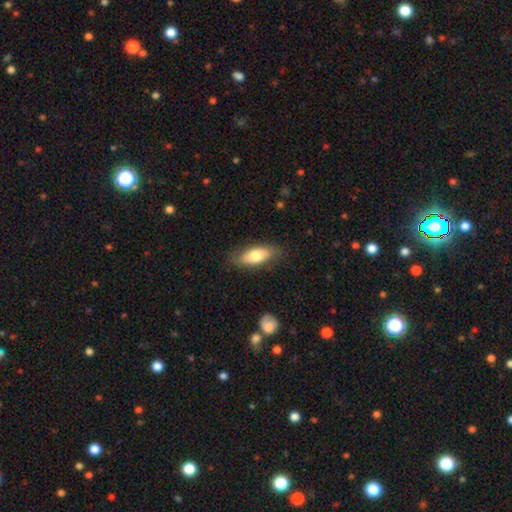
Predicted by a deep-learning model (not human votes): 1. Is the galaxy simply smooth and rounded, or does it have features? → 72% smooth, 22% featured or disk, 6% star or artifact.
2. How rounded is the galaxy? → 79% in between, 18% cigar-shaped, 3% round.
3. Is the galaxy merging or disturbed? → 81% none, 14% minor disturbance, 3% major disturbance, 1% merger.